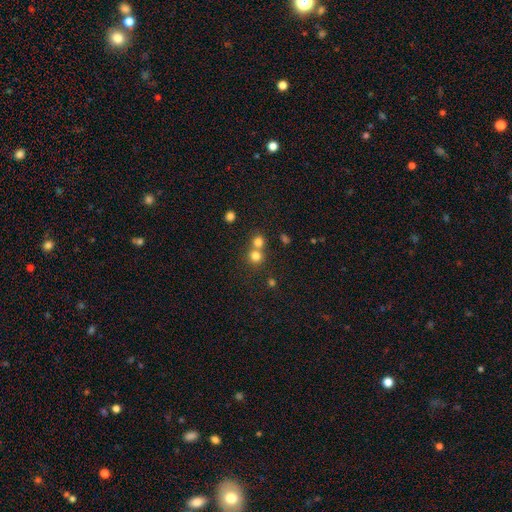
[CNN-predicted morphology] smooth-or-featured: smooth: 76% | star or artifact: 16% | featured or disk: 8%
  how-rounded: round: 90% | in between: 9% | cigar-shaped: 1%
  merging: none: 51% | merger: 42% | minor disturbance: 5% | major disturbance: 2%